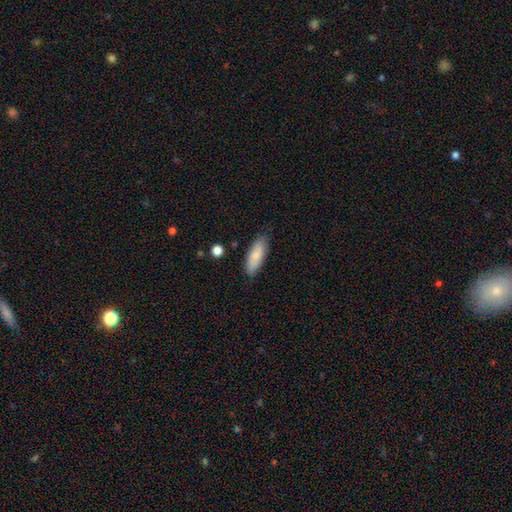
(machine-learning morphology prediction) smooth_or_featured: smooth (p=0.83) [alt: featured or disk p=0.11]
how_rounded: in between (p=0.67) [alt: cigar-shaped p=0.31]
merging: none (p=0.82) [alt: minor disturbance p=0.13]